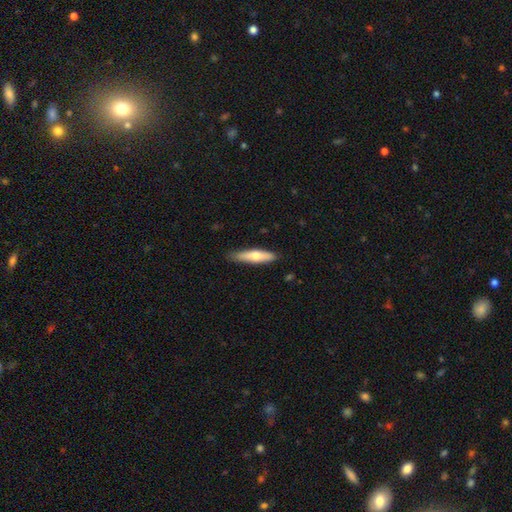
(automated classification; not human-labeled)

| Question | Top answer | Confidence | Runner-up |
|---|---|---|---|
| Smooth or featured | smooth | 63% | featured or disk (31%) |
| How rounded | cigar-shaped | 76% | in between (23%) |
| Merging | none | 83% | minor disturbance (14%) |